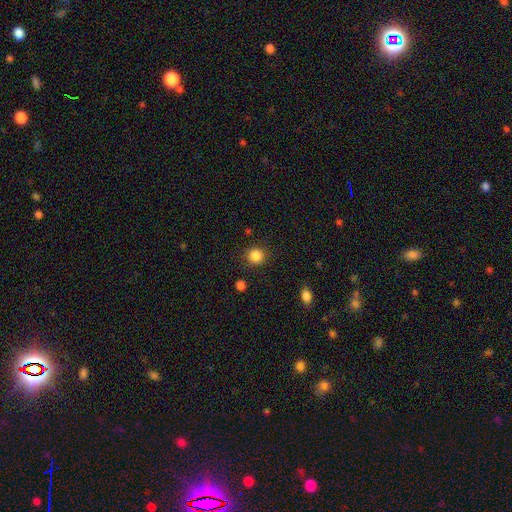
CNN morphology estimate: Q: Smooth or featured?
A: smooth (85%); runner-up: star or artifact (11%)
Q: How rounded?
A: round (89%); runner-up: in between (10%)
Q: Merging?
A: none (87%); runner-up: minor disturbance (8%)